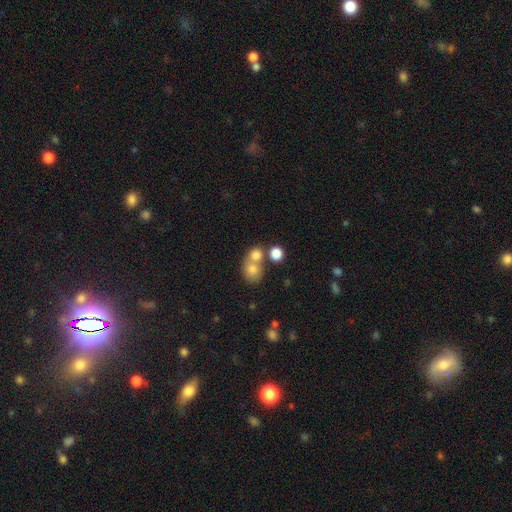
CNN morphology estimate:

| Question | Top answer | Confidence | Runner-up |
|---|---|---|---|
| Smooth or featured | smooth | 75% | featured or disk (13%) |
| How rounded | round | 74% | in between (25%) |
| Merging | merger | 53% | none (37%) |